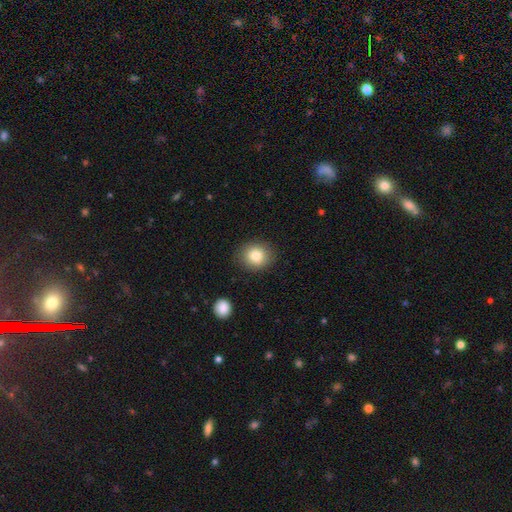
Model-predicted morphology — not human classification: Overall: smooth (83%). How rounded: round (73%). Merging: none (86%).